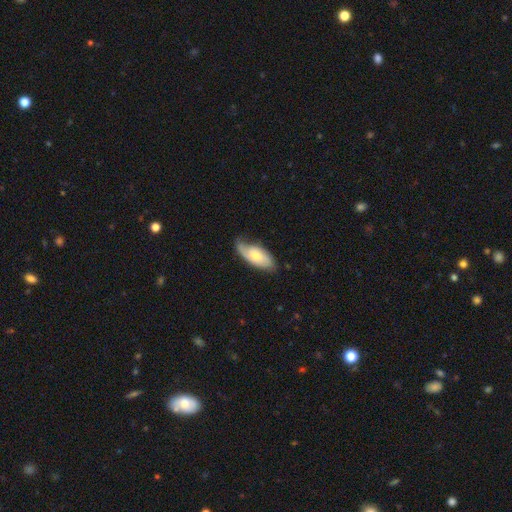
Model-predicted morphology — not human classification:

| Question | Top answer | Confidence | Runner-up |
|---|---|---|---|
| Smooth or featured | featured or disk | 50% | smooth (45%) |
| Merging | none | 59% | minor disturbance (30%) |